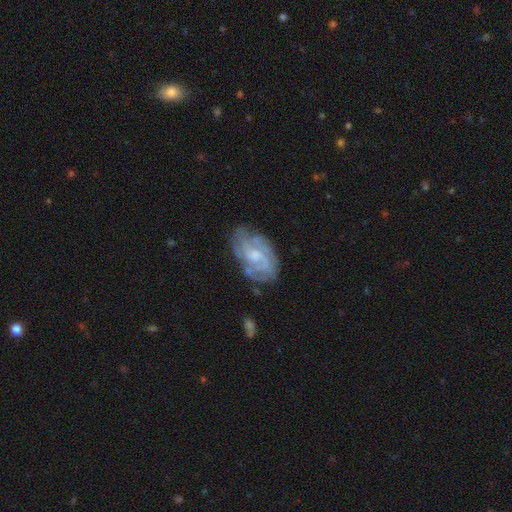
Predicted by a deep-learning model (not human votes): A featured or disk galaxy (80%) with no bar (60%), tight (55%) spiral arms (91%) and a small central bulge (44%).

Vote fractions:
- Smooth or featured? featured or disk: 80% / smooth: 14% / star or artifact: 6%
- Edge-on disk? no: 96% / yes: 4%
- Bar? no: 60% / weak: 35% / strong: 5%
- Spiral arms? yes: 91% / no: 9%
- Spiral winding? tight: 55% / medium: 36% / loose: 9%
- Spiral arm count? can't tell: 35% / 2: 24% / 3: 22% / 4: 10% / 1: 4% / more than 4: 4%
- Bulge size? small: 44% / moderate: 38% / none: 14% / large: 3% / dominant: 1%
- Merging? none: 70% / minor disturbance: 20% / major disturbance: 8% / merger: 2%